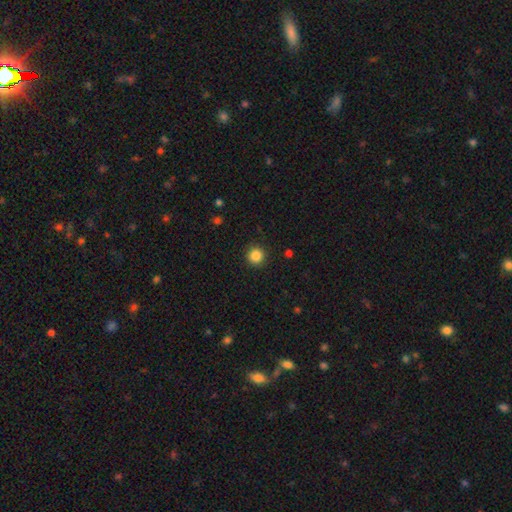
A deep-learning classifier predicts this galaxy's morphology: type=smooth (86%); roundness=round (95%); merging=none (92%).